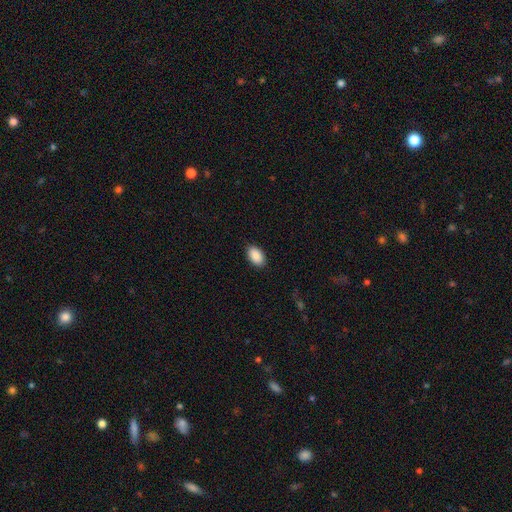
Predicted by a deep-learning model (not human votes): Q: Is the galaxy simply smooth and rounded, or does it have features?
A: smooth — 90%.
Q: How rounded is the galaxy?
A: in between — 92%.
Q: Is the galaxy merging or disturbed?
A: none — 88%.